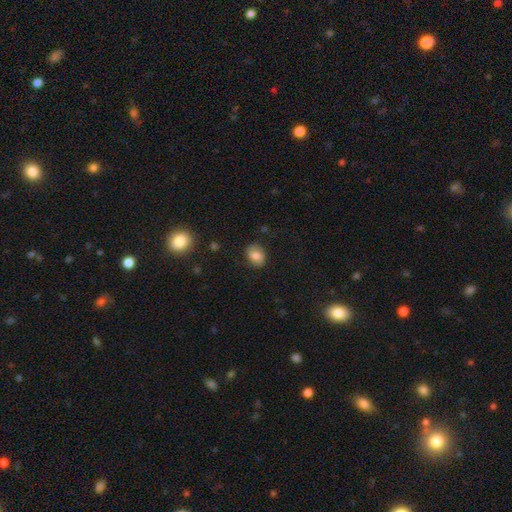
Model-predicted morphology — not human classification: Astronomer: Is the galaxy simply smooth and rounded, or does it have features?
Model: smooth — 72%.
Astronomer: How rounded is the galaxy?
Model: in between — 54% (runner-up: round, 45%).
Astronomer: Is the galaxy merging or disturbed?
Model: none — 80%.